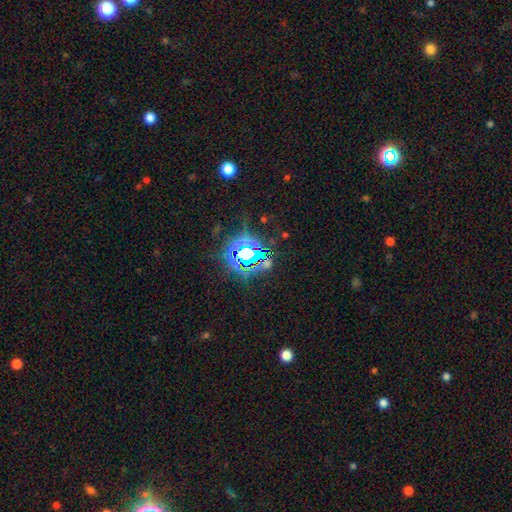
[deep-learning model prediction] Smooth or featured? star or artifact (77%)